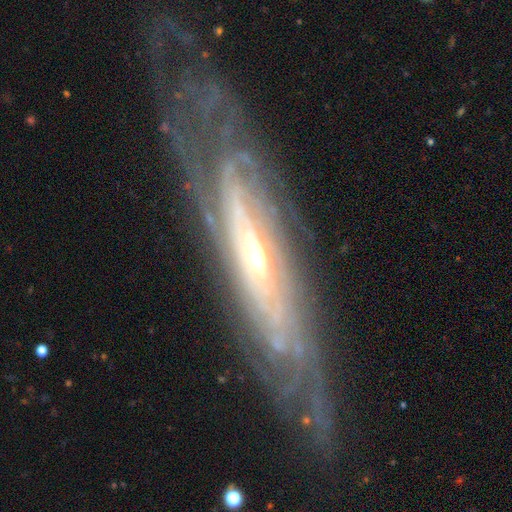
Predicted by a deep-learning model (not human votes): Smooth or featured? featured or disk (87%)
Edge-on disk? no (64%)
Bar? no (55%)
Spiral arms? yes (89%)
Bulge size? moderate (52%)
Merging? none (72%)